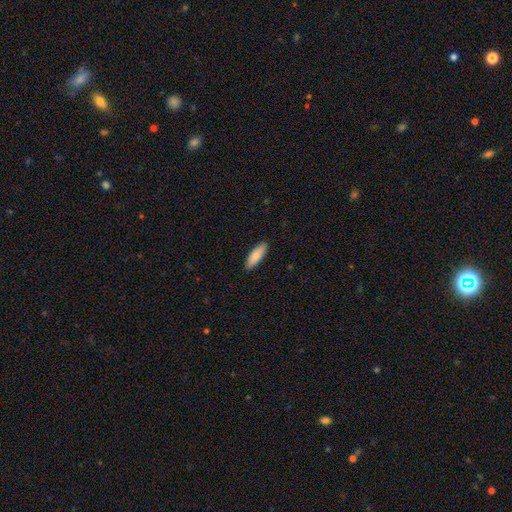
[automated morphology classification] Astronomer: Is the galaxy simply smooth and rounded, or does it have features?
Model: smooth — 87%.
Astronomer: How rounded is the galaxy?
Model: in between — 58% (runner-up: cigar-shaped, 41%).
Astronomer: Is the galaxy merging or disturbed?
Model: none — 90%.